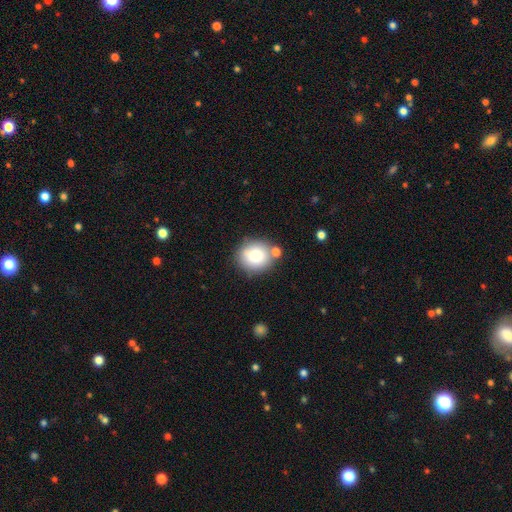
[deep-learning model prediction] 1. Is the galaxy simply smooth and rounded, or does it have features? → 78% smooth, 13% featured or disk, 10% star or artifact.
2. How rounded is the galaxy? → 82% round, 17% in between, 1% cigar-shaped.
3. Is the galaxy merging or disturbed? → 70% none, 14% merger, 13% minor disturbance, 4% major disturbance.